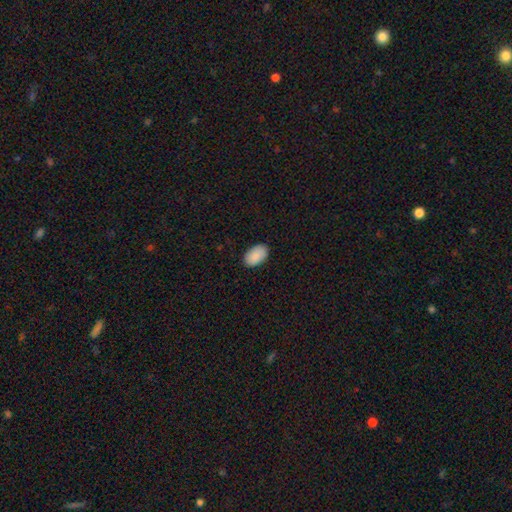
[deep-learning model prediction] Smooth or featured: smooth — 90% (star or artifact — 6%)
How rounded: in between — 93% (round — 6%)
Merging: none — 88% (minor disturbance — 9%)